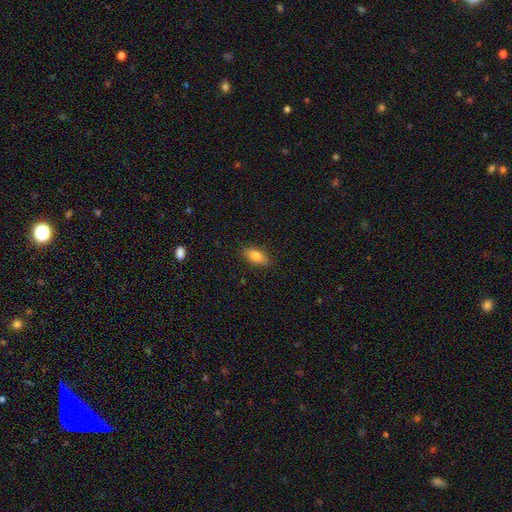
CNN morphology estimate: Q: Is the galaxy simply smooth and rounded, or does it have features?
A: smooth — 82%.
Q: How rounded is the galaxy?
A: in between — 88%.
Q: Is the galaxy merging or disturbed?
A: none — 86%.